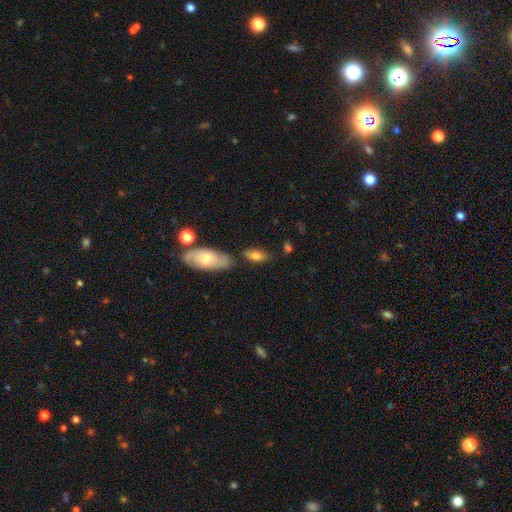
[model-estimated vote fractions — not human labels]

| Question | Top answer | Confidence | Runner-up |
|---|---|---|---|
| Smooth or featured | smooth | 75% | featured or disk (17%) |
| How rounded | in between | 84% | cigar-shaped (12%) |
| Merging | none | 66% | minor disturbance (19%) |